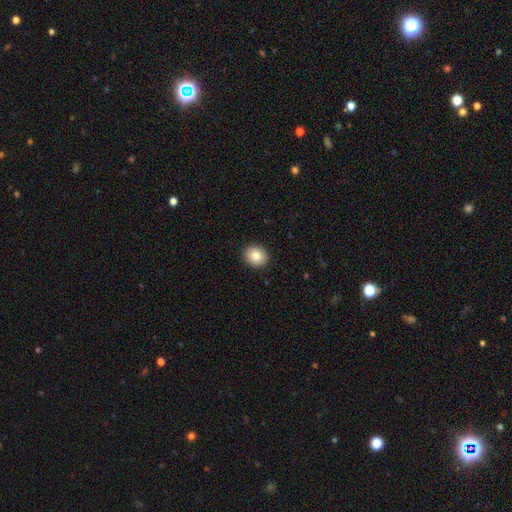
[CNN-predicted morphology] Smooth or featured? smooth (83%)
How rounded? round (75%)
Merging? none (92%)